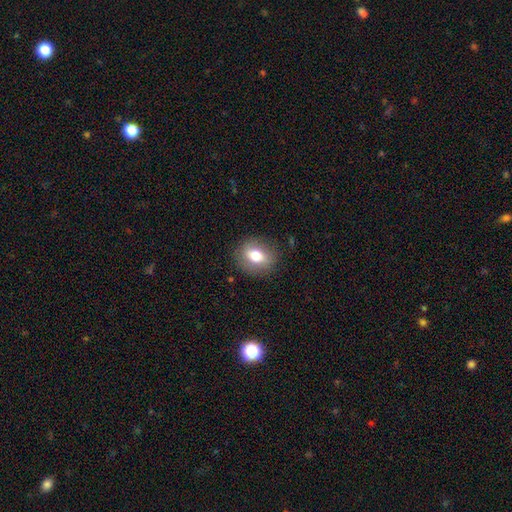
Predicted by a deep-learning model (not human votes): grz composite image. It shows a smooth galaxy with no disk features (70%) that is round (53%). Merging: none (84%).